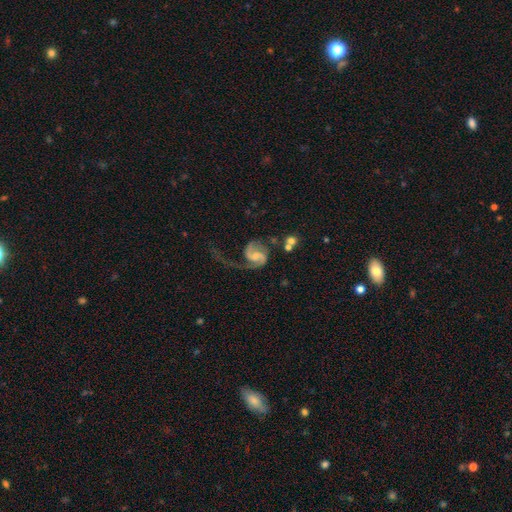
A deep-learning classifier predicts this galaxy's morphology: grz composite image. It shows a featured or disk galaxy (86%) with a weak bar (45%), 2 (81%) medium (44%) spiral arms (96%) and a small central bulge (41%). Merging: major disturbance (41%).